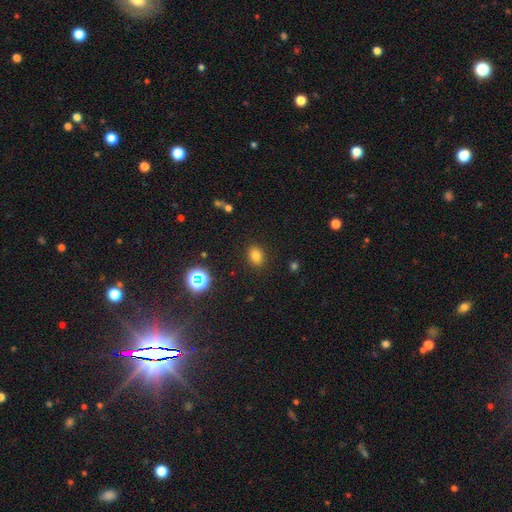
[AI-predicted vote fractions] smooth_or_featured: smooth (p=0.78) [alt: star or artifact p=0.15]
how_rounded: in between (p=0.62) [alt: round p=0.37]
merging: none (p=0.88) [alt: minor disturbance p=0.08]